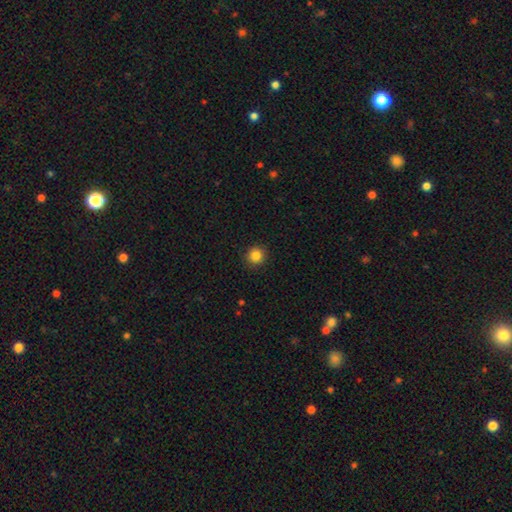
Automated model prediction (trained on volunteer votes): smooth_or_featured: smooth (p=0.84) [alt: star or artifact p=0.11]
how_rounded: round (p=0.94) [alt: in between p=0.05]
merging: none (p=0.92) [alt: minor disturbance p=0.05]